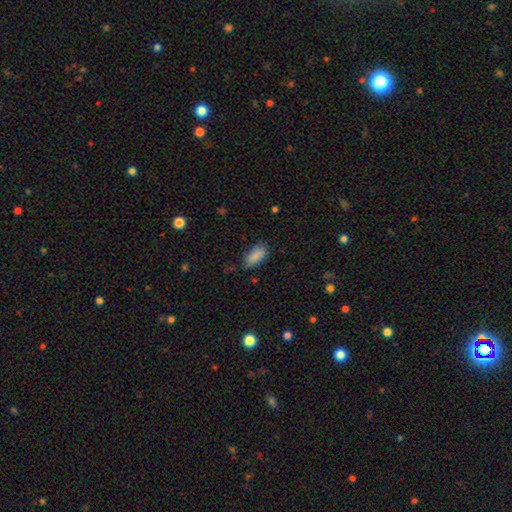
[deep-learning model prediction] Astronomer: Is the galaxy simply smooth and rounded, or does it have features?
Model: smooth — 87%.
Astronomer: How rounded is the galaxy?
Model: in between — 87%.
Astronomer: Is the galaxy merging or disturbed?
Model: none — 68%.